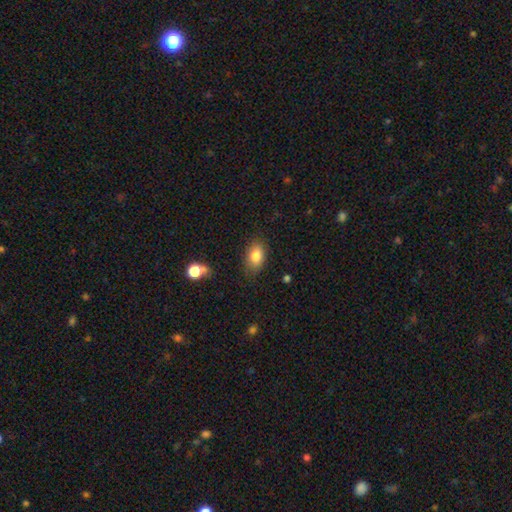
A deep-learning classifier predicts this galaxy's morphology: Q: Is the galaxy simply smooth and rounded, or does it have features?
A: smooth — 82%.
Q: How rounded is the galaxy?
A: in between — 87%.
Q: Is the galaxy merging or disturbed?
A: none — 81%.